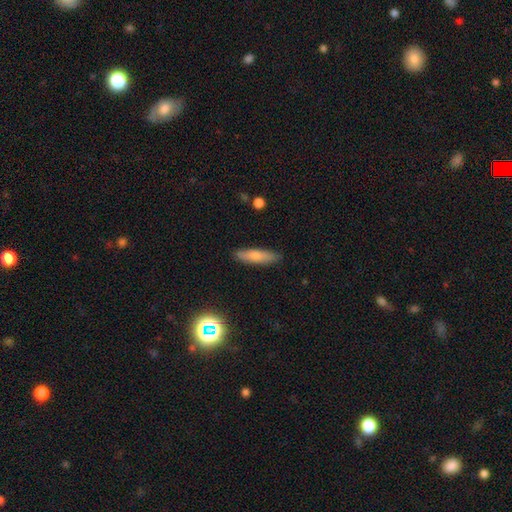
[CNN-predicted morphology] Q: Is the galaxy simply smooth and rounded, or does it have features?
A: smooth — 75%.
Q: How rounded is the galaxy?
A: cigar-shaped — 71%.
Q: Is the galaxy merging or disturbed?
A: none — 86%.